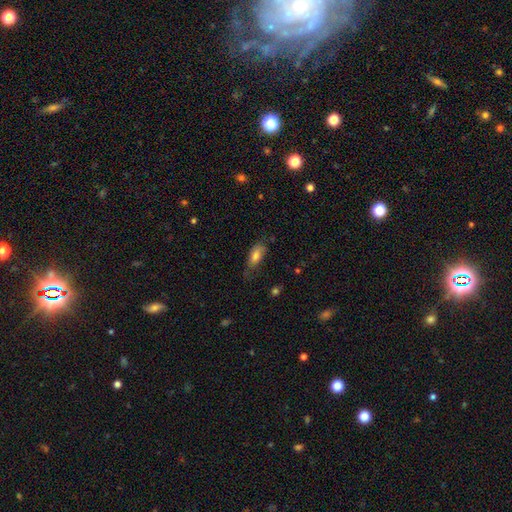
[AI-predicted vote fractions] Smooth or featured?
  - smooth: 74% *
  - featured or disk: 18%
  - star or artifact: 9%
How rounded?
  - in between: 81% *
  - cigar-shaped: 16%
  - round: 3%
Merging?
  - none: 56% *
  - minor disturbance: 31%
  - major disturbance: 11%
  - merger: 2%